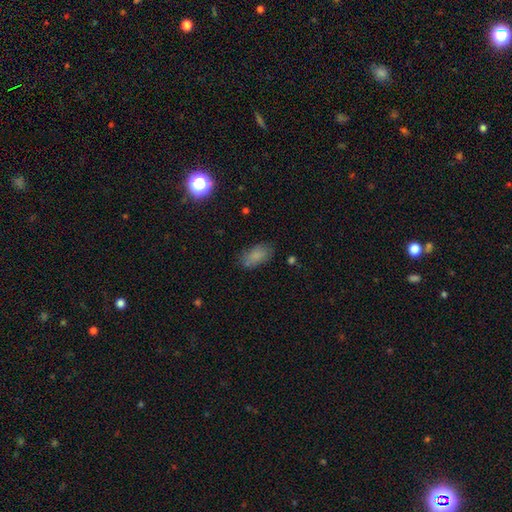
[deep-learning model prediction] smooth-or-featured: smooth: 81% | star or artifact: 11% | featured or disk: 8%
  how-rounded: in between: 91% | round: 5% | cigar-shaped: 4%
  merging: none: 73% | minor disturbance: 19% | major disturbance: 6% | merger: 3%